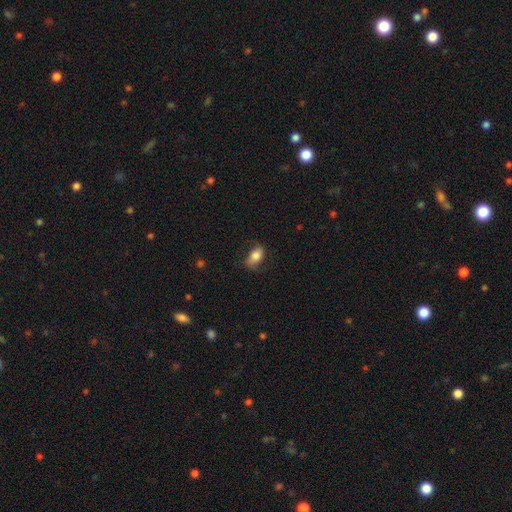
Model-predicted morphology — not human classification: This is likely a smooth galaxy (76%). How rounded: clearly in between (88%). Merging: likely none (66%).